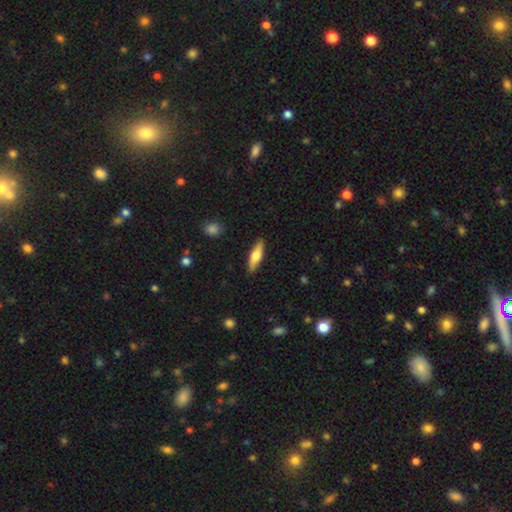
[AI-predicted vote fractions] The model was most divided on "smooth or featured": smooth: 59%, featured or disk: 35%, star or artifact: 6%. More confident: merging — none (88%); how rounded — cigar-shaped (64%).